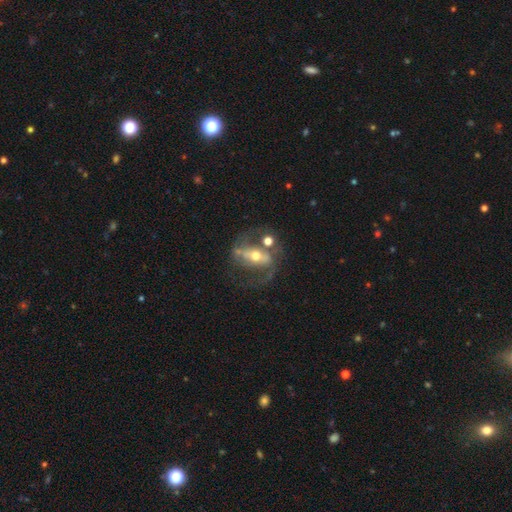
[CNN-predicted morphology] A featured or disk galaxy (79%) with a strong bar (55%), 2 (85%) medium (47%) spiral arms (77%) and a moderate central bulge (66%). Merging: none (54%).